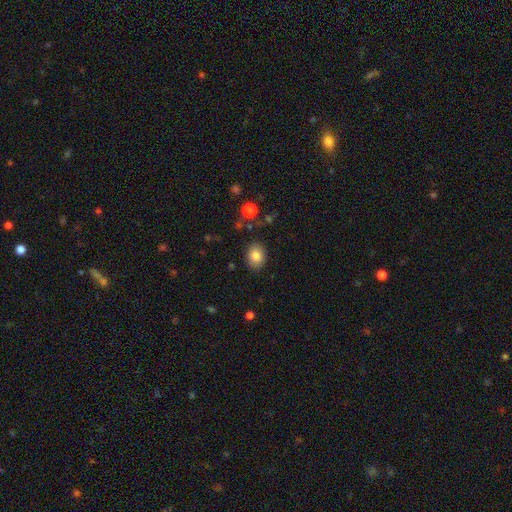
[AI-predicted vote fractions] The model was most divided on "how rounded": in between: 62%, round: 37%, cigar-shaped: 1%. More confident: smooth or featured — smooth (85%); merging — none (84%).